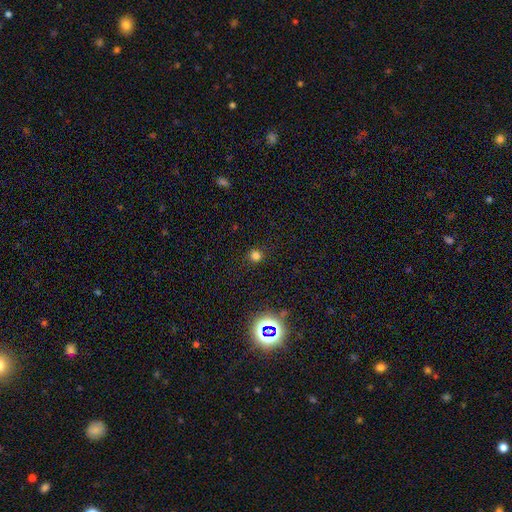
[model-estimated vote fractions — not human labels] Smooth or featured? smooth (75%)
How rounded? round (89%)
Merging? none (87%)